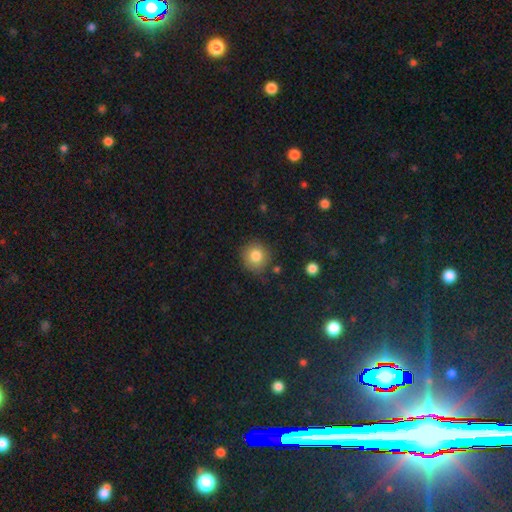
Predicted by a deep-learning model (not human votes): Smooth or featured: smooth — 82% (star or artifact — 10%)
How rounded: round — 91% (in between — 8%)
Merging: none — 81% (minor disturbance — 13%)